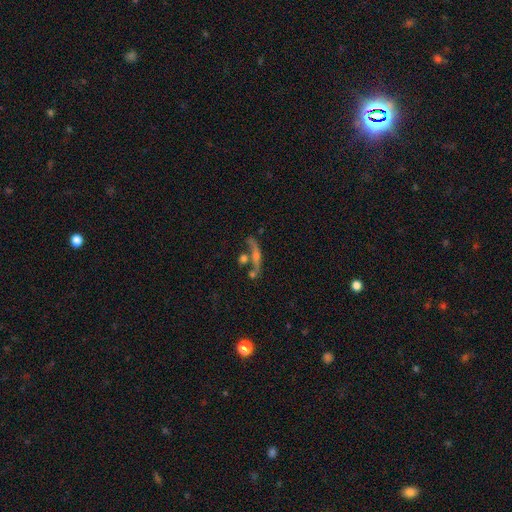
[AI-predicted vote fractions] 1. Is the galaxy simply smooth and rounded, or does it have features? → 55% featured or disk, 29% smooth, 16% star or artifact.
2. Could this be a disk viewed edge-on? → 74% yes, 26% no.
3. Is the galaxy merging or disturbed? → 48% none, 27% merger, 14% minor disturbance, 11% major disturbance.